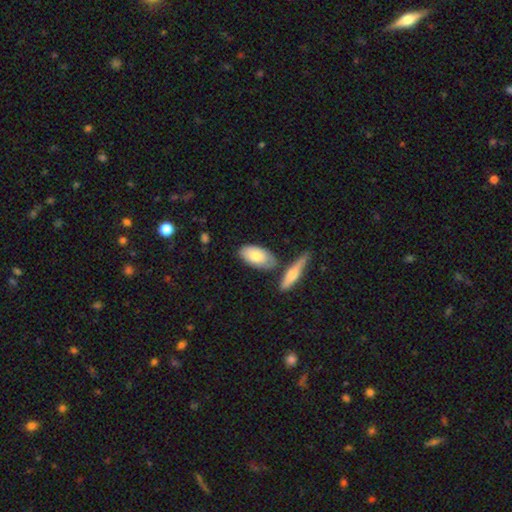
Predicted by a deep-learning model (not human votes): This appears to be a smooth galaxy with no disk features (73%) that is in between round and cigar-shaped (91%). Merging: none (66%).